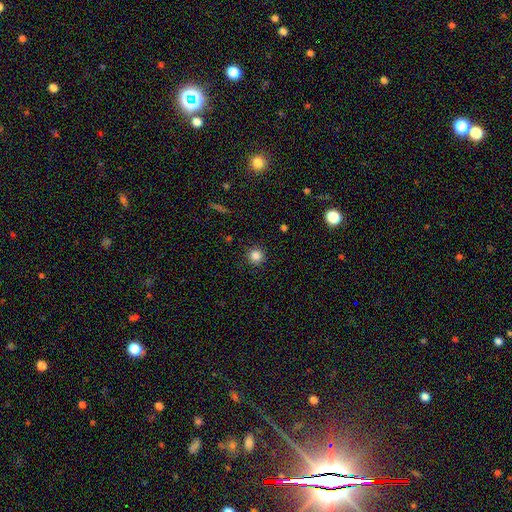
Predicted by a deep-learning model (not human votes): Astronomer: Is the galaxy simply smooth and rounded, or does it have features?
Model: smooth — 85%.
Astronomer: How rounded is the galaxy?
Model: round — 95%.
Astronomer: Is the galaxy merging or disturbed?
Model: none — 90%.